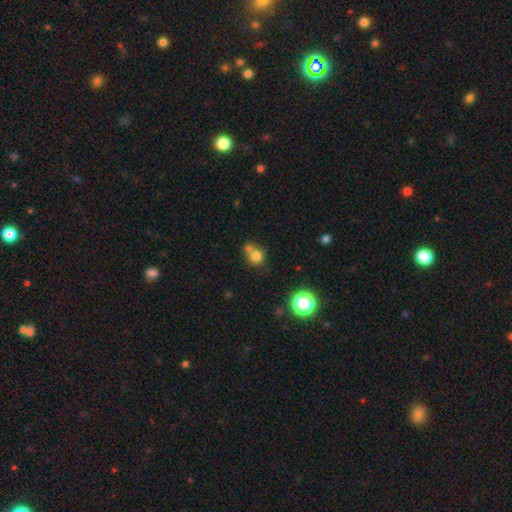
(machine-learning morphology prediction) Smooth or featured? smooth (76%)
How rounded? round (82%)
Merging? merger (44%)